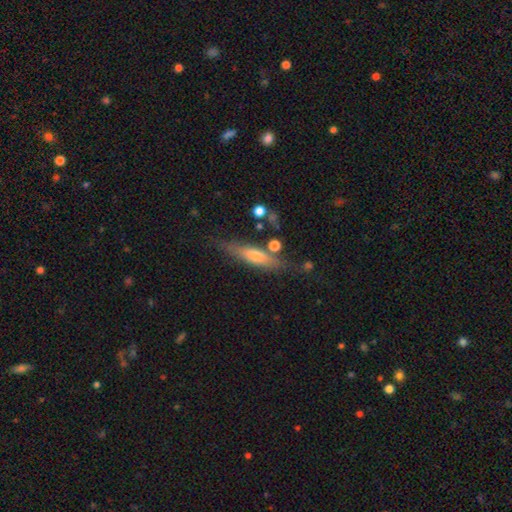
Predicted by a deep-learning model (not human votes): A smooth galaxy with no disk features (53%) that is cigar-shaped (73%).

Vote fractions:
- Smooth or featured? smooth: 53% / featured or disk: 40% / star or artifact: 8%
- How rounded? cigar-shaped: 73% / in between: 24% / round: 3%
- Merging? none: 71% / minor disturbance: 17% / merger: 6% / major disturbance: 6%